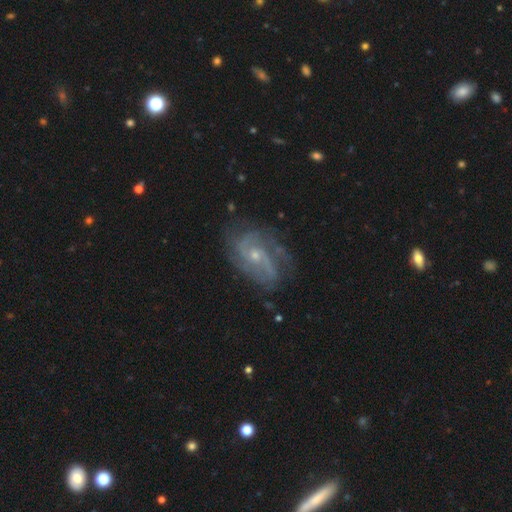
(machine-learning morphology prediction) Smooth or featured? Predicted: featured or disk (p=0.85). Edge-on disk? Predicted: no (p=0.97). Bar? Predicted: no (p=0.62). Spiral arms? Predicted: yes (p=0.95). Spiral winding? Predicted: medium (p=0.47). Spiral arm count? Predicted: 2 (p=0.48). Bulge size? Predicted: small (p=0.67). Merging? Predicted: none (p=0.68).